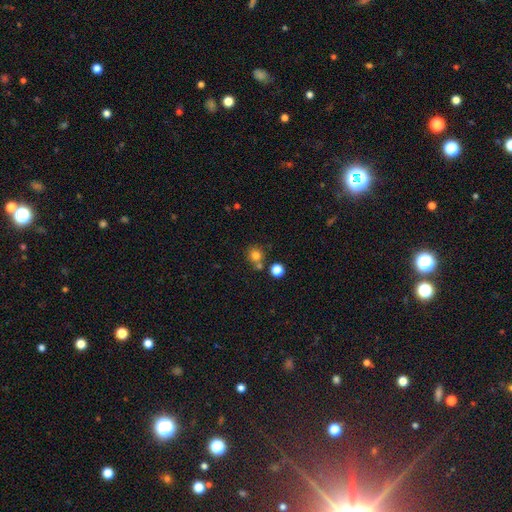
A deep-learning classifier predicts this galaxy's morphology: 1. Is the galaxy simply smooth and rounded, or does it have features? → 78% smooth, 14% star or artifact, 7% featured or disk.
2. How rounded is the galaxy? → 89% round, 10% in between, 1% cigar-shaped.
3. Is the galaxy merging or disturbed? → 66% none, 21% merger, 9% minor disturbance, 3% major disturbance.